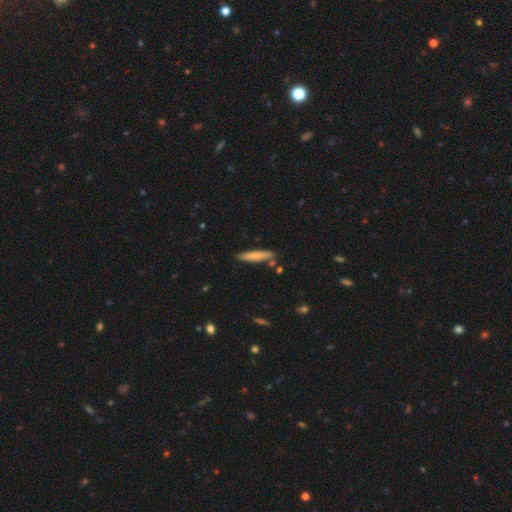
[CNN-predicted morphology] The model was most divided on "smooth or featured": smooth: 72%, featured or disk: 22%, star or artifact: 6%. More confident: how rounded — cigar-shaped (90%); merging — none (82%).